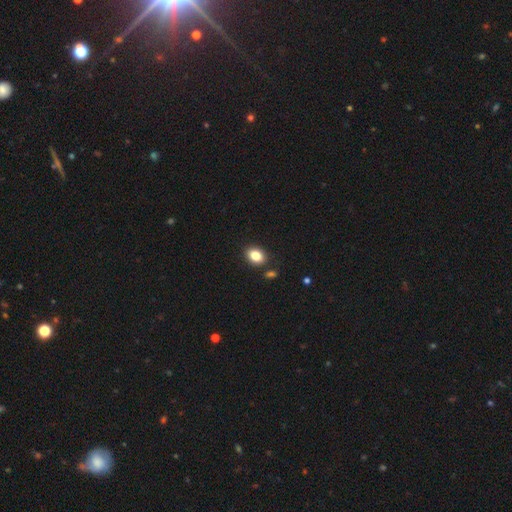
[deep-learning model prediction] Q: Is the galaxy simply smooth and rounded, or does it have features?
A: smooth — 85%.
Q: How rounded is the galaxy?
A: in between — 69%.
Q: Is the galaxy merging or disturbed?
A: none — 84%.